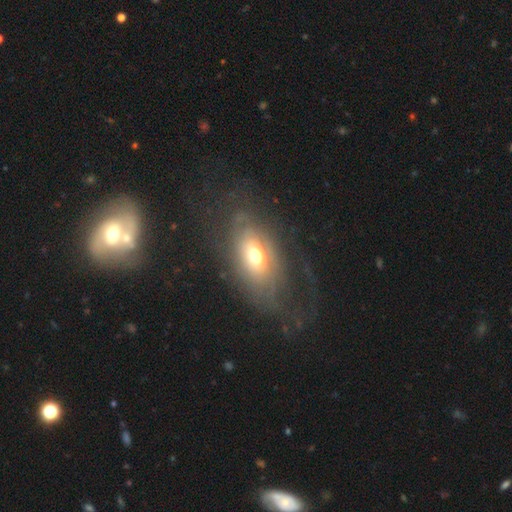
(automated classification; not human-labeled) Q: Smooth or featured?
A: featured or disk (55%); runner-up: smooth (35%)
Q: Edge-on disk?
A: no (86%); runner-up: yes (14%)
Q: Merging?
A: none (58%); runner-up: major disturbance (22%)